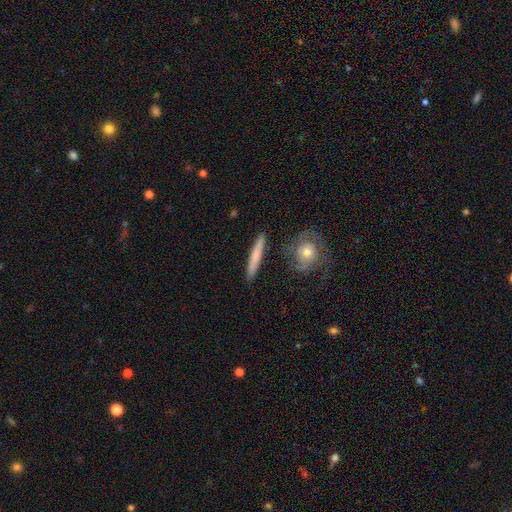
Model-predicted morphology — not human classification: The model was most divided on "smooth or featured": smooth: 64%, featured or disk: 30%, star or artifact: 5%. More confident: how rounded — cigar-shaped (92%); merging — none (87%).